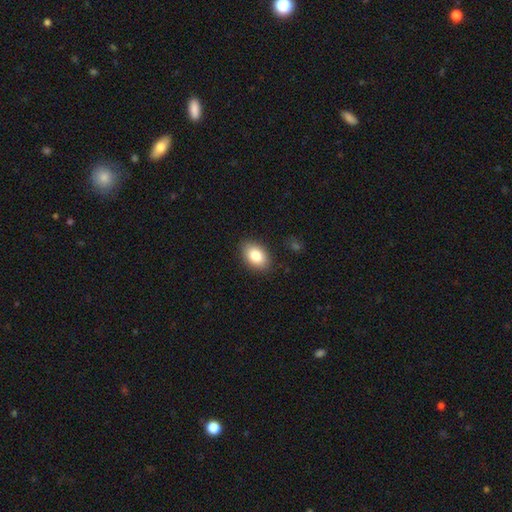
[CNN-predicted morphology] A smooth galaxy with no disk features (84%) that is in between round and cigar-shaped (88%). Merging: none (87%).